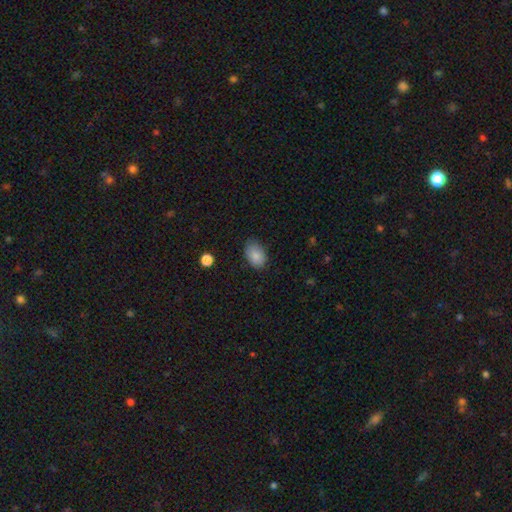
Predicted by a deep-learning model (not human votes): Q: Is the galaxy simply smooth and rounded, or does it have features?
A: smooth — 86%.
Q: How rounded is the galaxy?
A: in between — 85%.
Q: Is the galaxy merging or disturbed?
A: none — 76%.